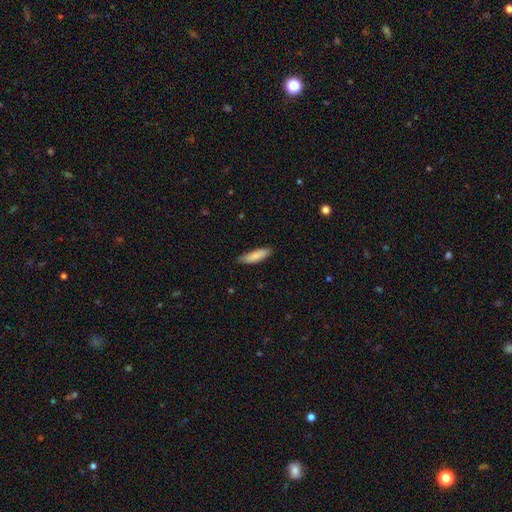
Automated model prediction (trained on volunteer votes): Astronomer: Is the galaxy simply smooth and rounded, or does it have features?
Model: smooth — 86%.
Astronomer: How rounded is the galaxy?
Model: cigar-shaped — 56% (runner-up: in between, 42%).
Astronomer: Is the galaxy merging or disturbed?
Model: none — 85%.